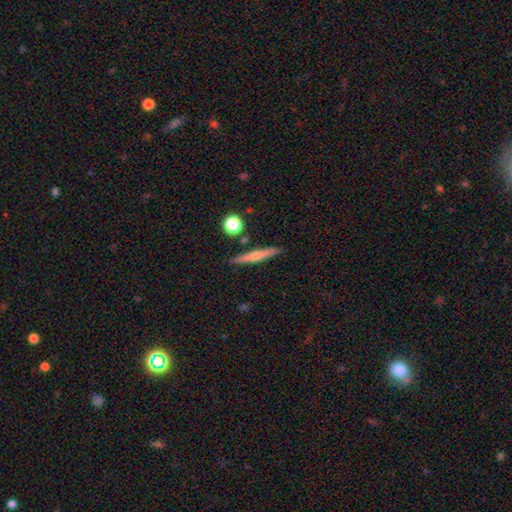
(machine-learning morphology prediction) This appears to be a smooth galaxy with no disk features (54%) that is cigar-shaped (93%). Merging: none (87%).